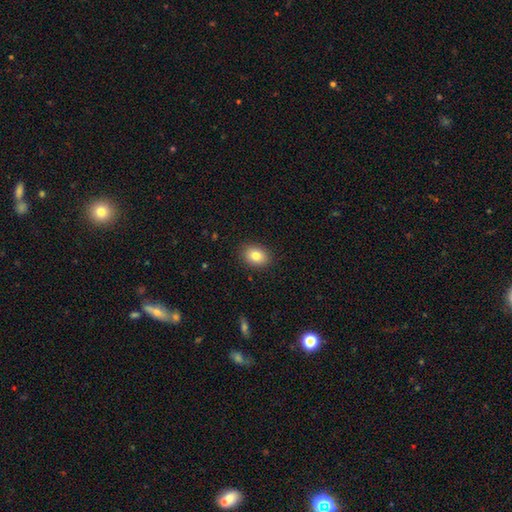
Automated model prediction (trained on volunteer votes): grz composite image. It shows a smooth galaxy with no disk features (83%) that is in between round and cigar-shaped (63%). Merging: none (89%).